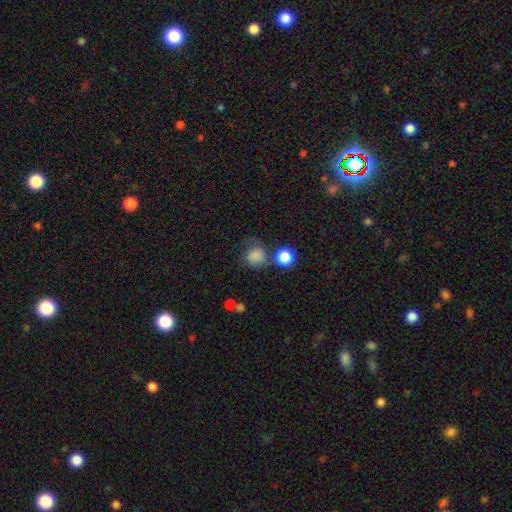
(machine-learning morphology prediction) The model was most divided on "merging": none: 53%, minor disturbance: 21%, merger: 14%, major disturbance: 13%. More confident: how rounded — round (81%); smooth or featured — smooth (81%).